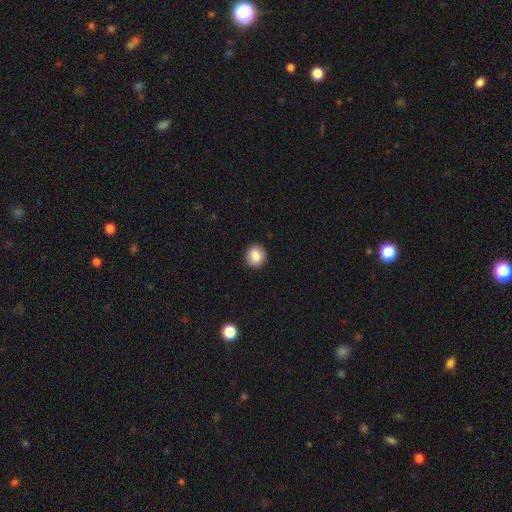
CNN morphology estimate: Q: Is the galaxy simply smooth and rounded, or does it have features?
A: smooth — 81%.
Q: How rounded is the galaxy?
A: round — 81%.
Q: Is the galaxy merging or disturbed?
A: none — 91%.